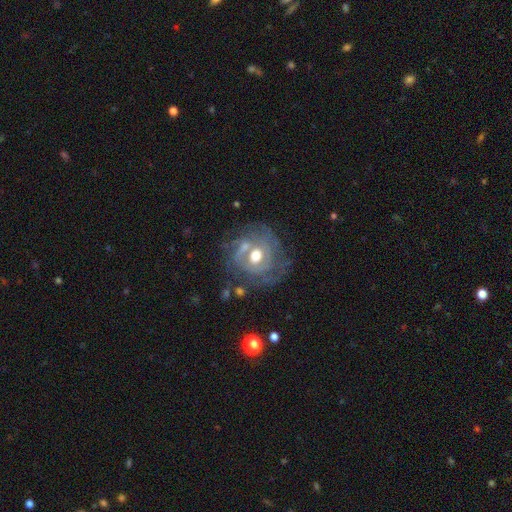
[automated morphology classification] Smooth or featured? Predicted: featured or disk (p=0.72). Edge-on disk? Predicted: no (p=0.97). Bar? Predicted: no (p=0.70). Spiral arms? Predicted: yes (p=0.67). Bulge size? Predicted: moderate (p=0.73). Merging? Predicted: none (p=0.57).